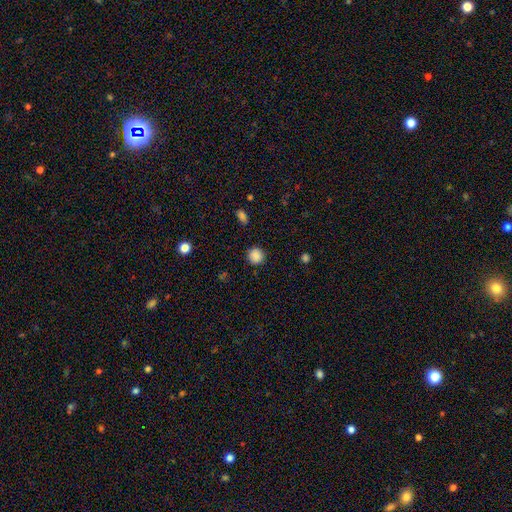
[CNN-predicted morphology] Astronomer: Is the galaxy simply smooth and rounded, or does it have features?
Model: smooth — 87%.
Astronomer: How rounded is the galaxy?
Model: round — 92%.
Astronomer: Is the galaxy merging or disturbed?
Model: none — 90%.